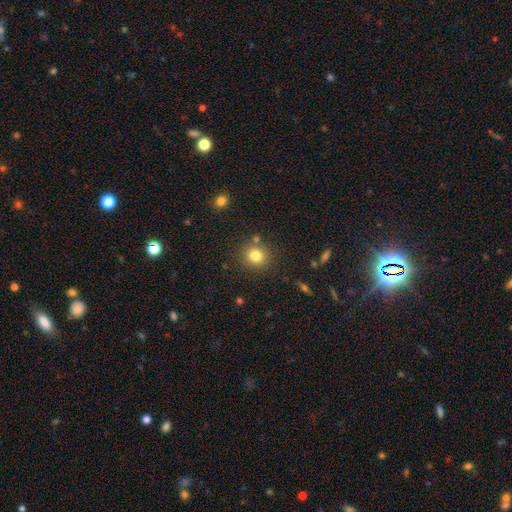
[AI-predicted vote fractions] This is clearly a smooth galaxy (80%). How rounded: clearly round (88%). Merging: clearly none (83%).